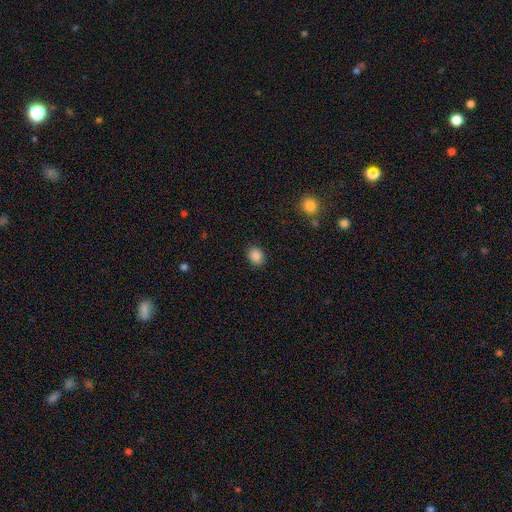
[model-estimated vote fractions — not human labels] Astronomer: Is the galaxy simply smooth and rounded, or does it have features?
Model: smooth — 87%.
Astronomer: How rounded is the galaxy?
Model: round — 57% (runner-up: in between, 42%).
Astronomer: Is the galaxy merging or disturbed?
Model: none — 89%.